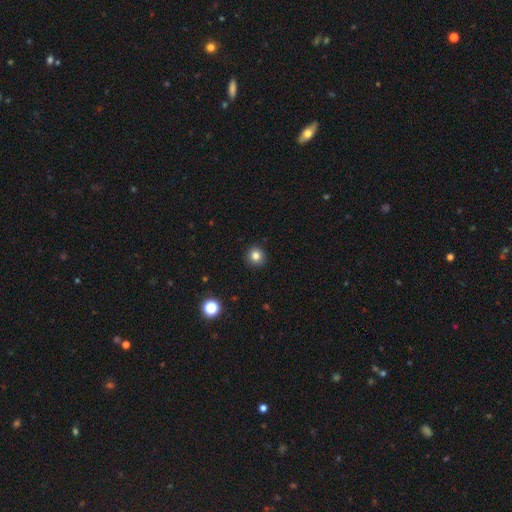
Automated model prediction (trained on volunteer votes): A smooth galaxy with no disk features (82%) that is round (93%).

Vote fractions:
- Smooth or featured? smooth: 82% / star or artifact: 12% / featured or disk: 6%
- How rounded? round: 93% / in between: 6% / cigar-shaped: 1%
- Merging? none: 92% / minor disturbance: 5% / major disturbance: 2% / merger: 1%